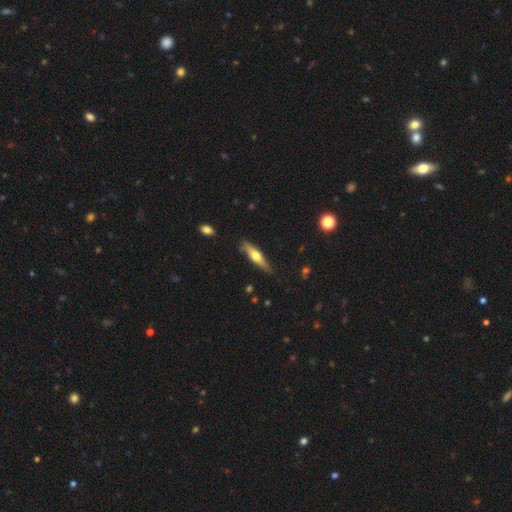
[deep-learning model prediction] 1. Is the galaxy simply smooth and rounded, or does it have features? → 51% featured or disk, 44% smooth, 5% star or artifact.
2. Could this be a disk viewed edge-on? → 91% yes, 9% no.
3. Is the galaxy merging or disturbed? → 80% none, 16% minor disturbance, 3% major disturbance, 2% merger.